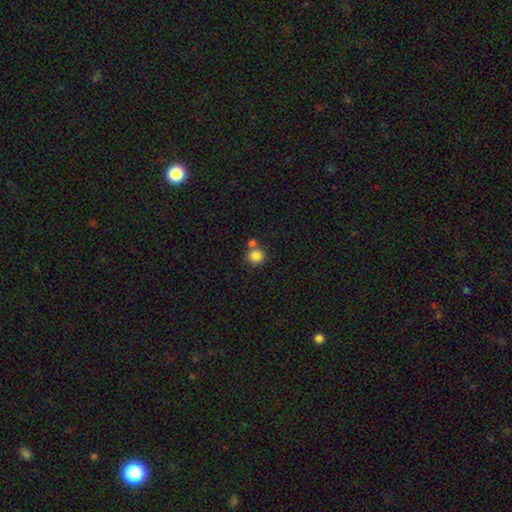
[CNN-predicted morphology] Smooth or featured? smooth (84%)
How rounded? round (87%)
Merging? none (62%)